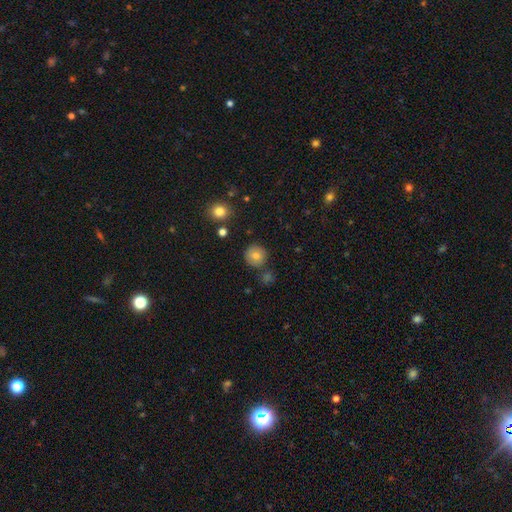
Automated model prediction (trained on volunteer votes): This appears to be a smooth galaxy with no disk features (78%) that is round (94%). Merging: none (84%).